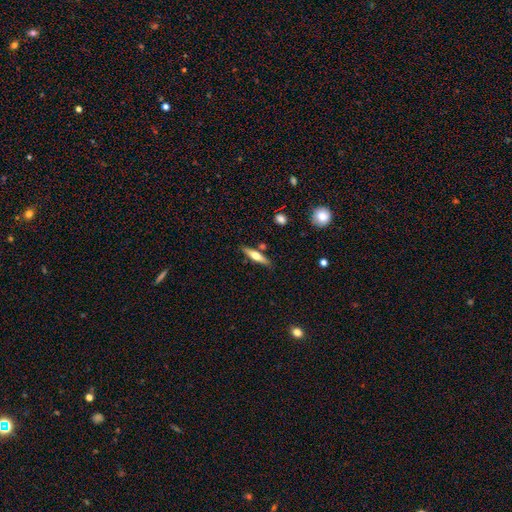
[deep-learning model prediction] featured or disk 48%, smooth 46%, star or artifact 6%. Down the decision tree: merging — none (83%).